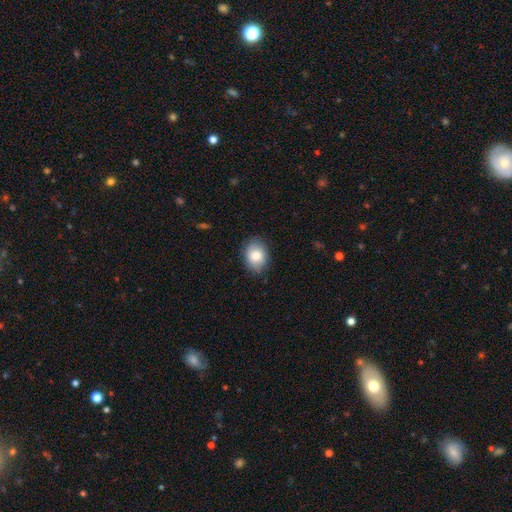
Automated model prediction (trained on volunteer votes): Smooth or featured? Predicted: smooth (p=0.81). How rounded? Predicted: in between (p=0.66). Merging? Predicted: none (p=0.82).